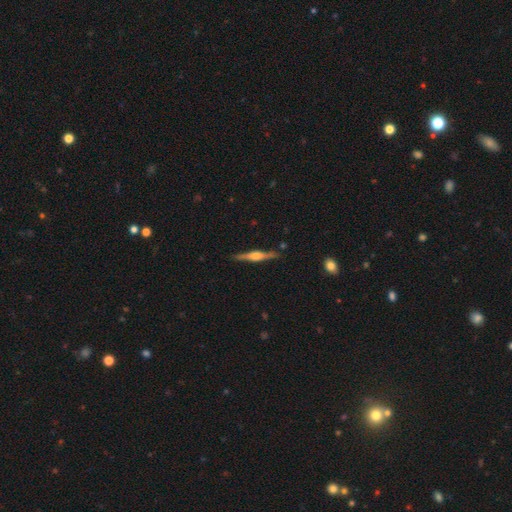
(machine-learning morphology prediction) Smooth or featured? featured or disk (76%)
Edge-on disk? yes (98%)
Edge-on bulge? rounded (77%)
Merging? none (88%)